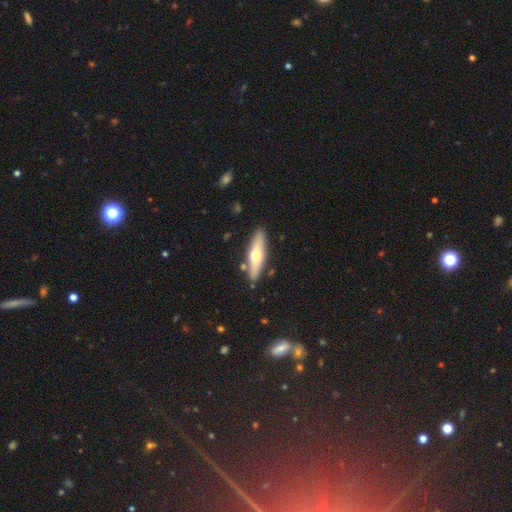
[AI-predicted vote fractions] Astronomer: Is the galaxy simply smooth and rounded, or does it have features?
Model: smooth — 51% (runner-up: featured or disk, 44%).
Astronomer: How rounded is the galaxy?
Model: cigar-shaped — 65%.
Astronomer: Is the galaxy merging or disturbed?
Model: none — 85%.